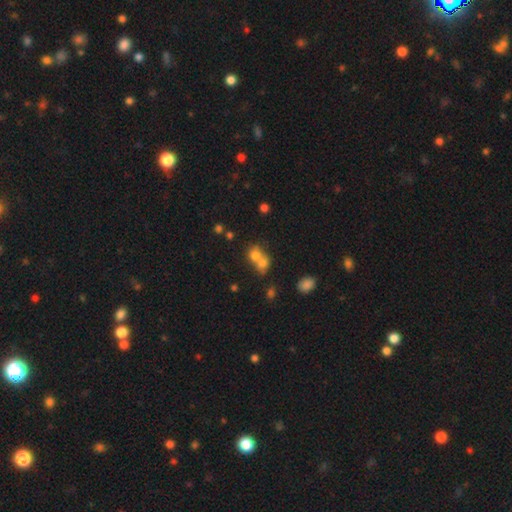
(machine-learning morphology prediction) A smooth galaxy with no disk features (71%) that is round (69%).

Vote fractions:
- Smooth or featured? smooth: 71% / featured or disk: 16% / star or artifact: 13%
- How rounded? round: 69% / in between: 29% / cigar-shaped: 1%
- Merging? merger: 65% / none: 26% / minor disturbance: 6% / major disturbance: 3%